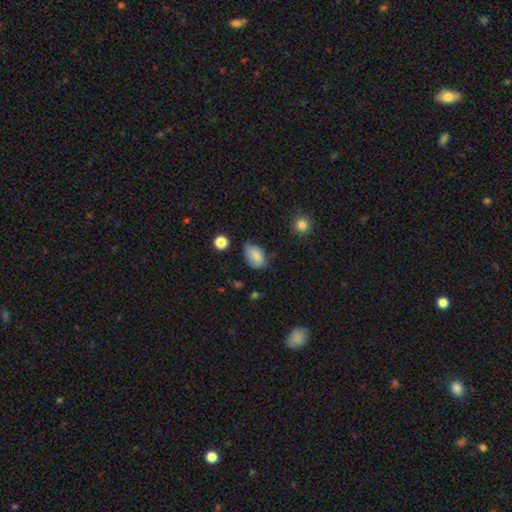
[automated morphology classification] smooth-or-featured: smooth: 76% | featured or disk: 15% | star or artifact: 9%
  how-rounded: in between: 84% | round: 14% | cigar-shaped: 1%
  merging: none: 55% | minor disturbance: 35% | major disturbance: 7% | merger: 2%